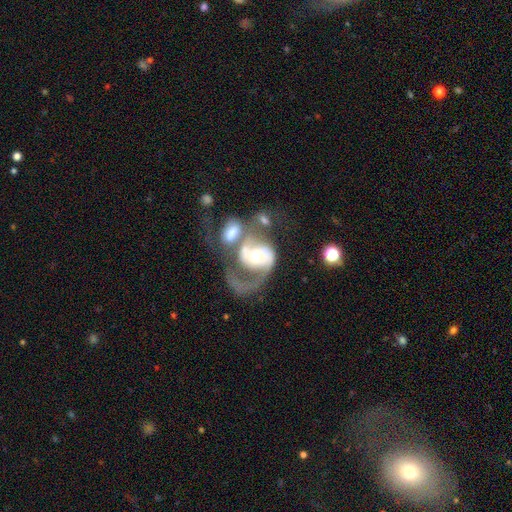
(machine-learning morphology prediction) A featured or disk galaxy (77%) with no bar (58%), 2 (48%) loose (47%) spiral arms (88%) and a moderate central bulge (62%). Merging: merger (51%).